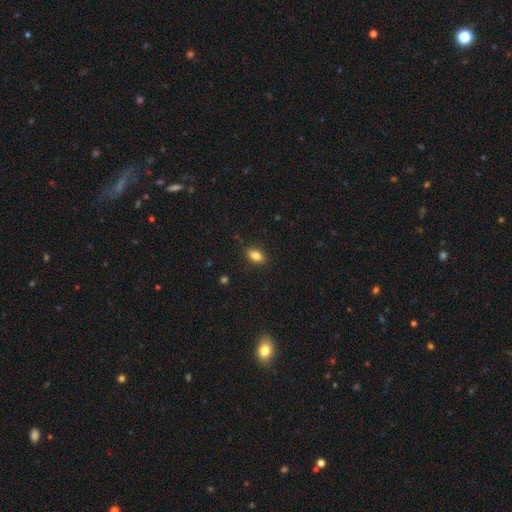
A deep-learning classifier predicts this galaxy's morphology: This is clearly a smooth galaxy (84%). How rounded: clearly in between (86%). Merging: clearly none (88%).